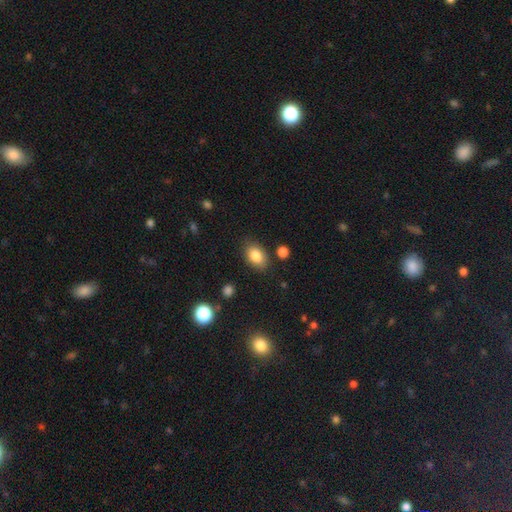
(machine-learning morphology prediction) This is clearly a smooth galaxy (84%). How rounded: clearly in between (84%). Merging: clearly none (82%).